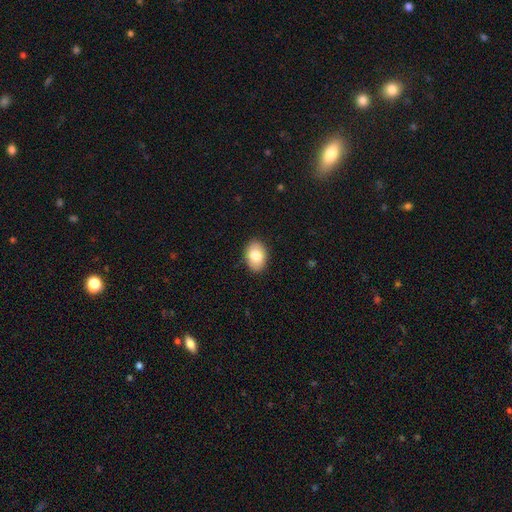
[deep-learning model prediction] Smooth or featured? smooth (81%)
How rounded? in between (82%)
Merging? none (88%)